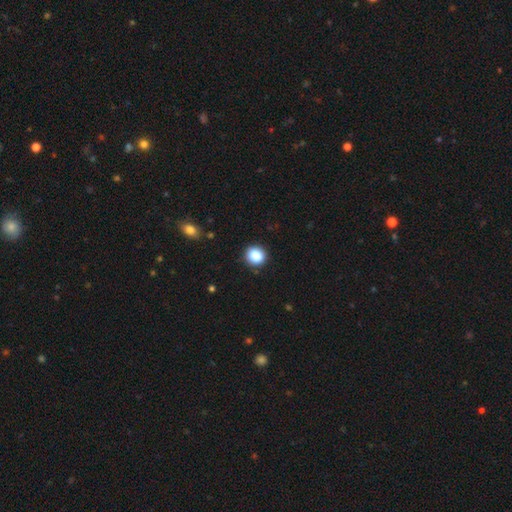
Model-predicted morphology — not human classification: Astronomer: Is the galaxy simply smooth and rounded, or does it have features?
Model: smooth — 87%.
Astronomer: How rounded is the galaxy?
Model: round — 83%.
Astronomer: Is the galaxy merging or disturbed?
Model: none — 89%.